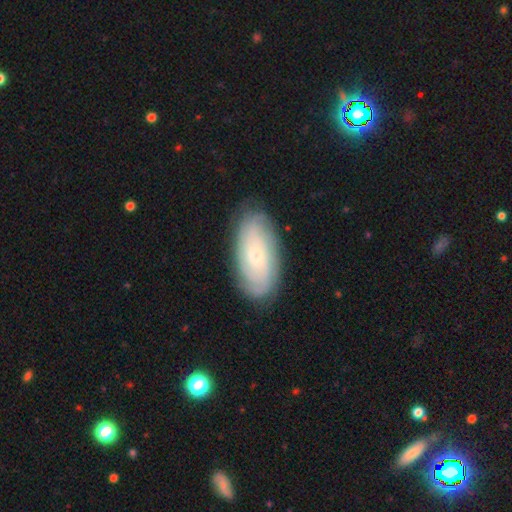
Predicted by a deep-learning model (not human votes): Smooth or featured? featured or disk (65%)
Edge-on disk? no (92%)
Bar? no (79%)
Spiral arms? yes (88%)
Spiral winding? tight (71%)
Spiral arm count? can't tell (54%)
Bulge size? small (68%)
Merging? none (82%)